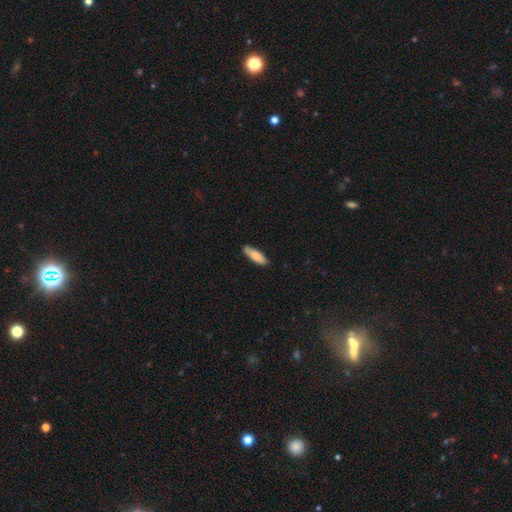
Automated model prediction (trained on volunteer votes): smooth_or_featured: smooth (p=0.83) [alt: featured or disk p=0.12]
how_rounded: in between (p=0.52) [alt: cigar-shaped p=0.46]
merging: none (p=0.81) [alt: minor disturbance p=0.16]